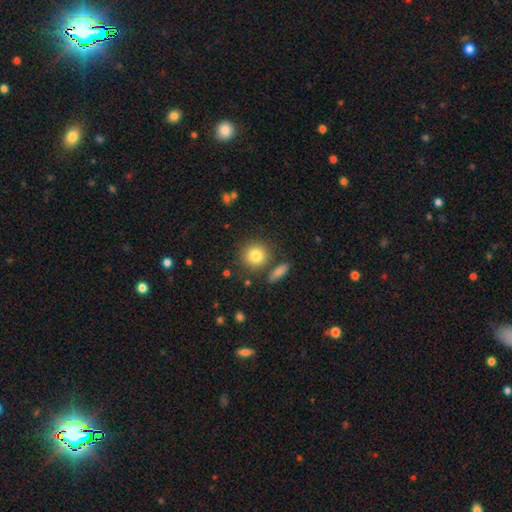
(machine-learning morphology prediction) smooth_or_featured: smooth (p=0.82) [alt: star or artifact p=0.09]
how_rounded: round (p=0.88) [alt: in between p=0.11]
merging: none (p=0.78) [alt: merger p=0.10]